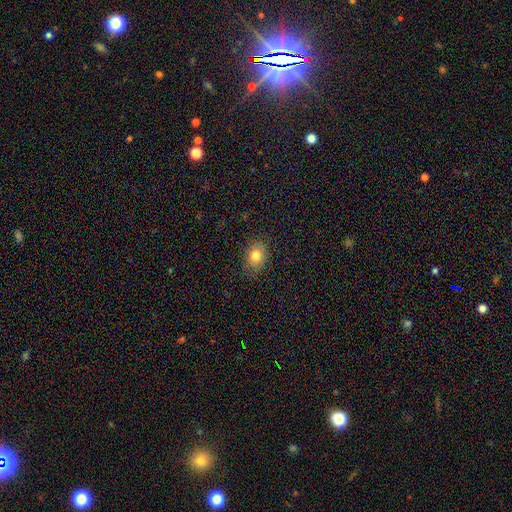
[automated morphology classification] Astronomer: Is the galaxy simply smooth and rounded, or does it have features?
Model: smooth — 80%.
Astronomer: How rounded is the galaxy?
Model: in between — 64%.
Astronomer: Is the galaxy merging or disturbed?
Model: none — 85%.